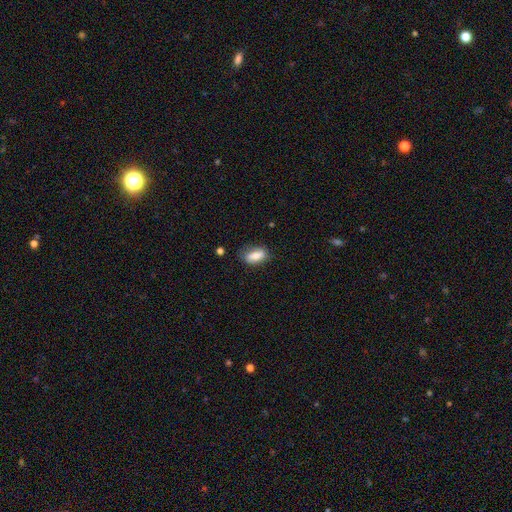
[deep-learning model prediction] smooth_or_featured: smooth (p=0.75) [alt: featured or disk p=0.17]
how_rounded: in between (p=0.83) [alt: cigar-shaped p=0.11]
merging: none (p=0.75) [alt: minor disturbance p=0.19]